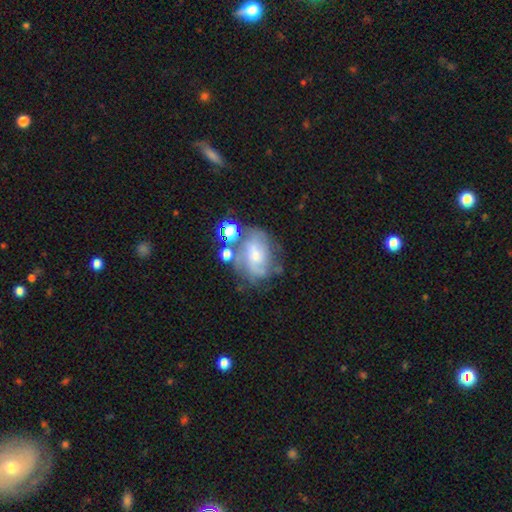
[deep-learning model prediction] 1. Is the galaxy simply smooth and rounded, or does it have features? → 66% featured or disk, 22% smooth, 13% star or artifact.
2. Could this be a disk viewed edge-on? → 96% no, 4% yes.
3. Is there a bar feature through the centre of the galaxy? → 67% no, 26% weak, 7% strong.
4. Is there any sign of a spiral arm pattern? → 77% yes, 23% no.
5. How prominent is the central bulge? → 62% small, 32% moderate, 3% none, 2% large, 1% dominant.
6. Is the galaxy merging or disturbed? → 50% none, 22% minor disturbance, 16% major disturbance, 13% merger.